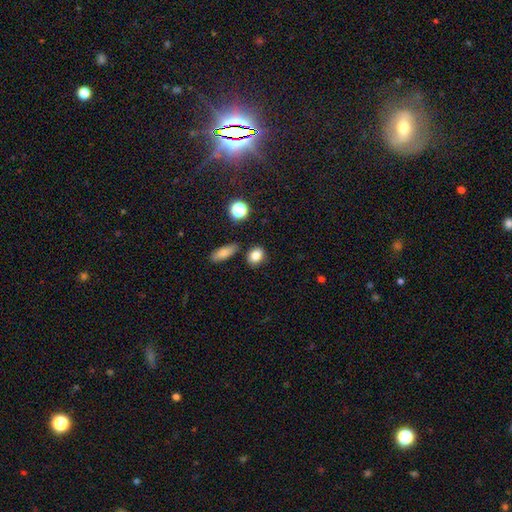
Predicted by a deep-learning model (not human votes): The model was most divided on "how rounded" (2-way tie): round: 49%, in between: 49%, cigar-shaped: 2%. More confident: smooth or featured — smooth (83%); merging — none (80%).